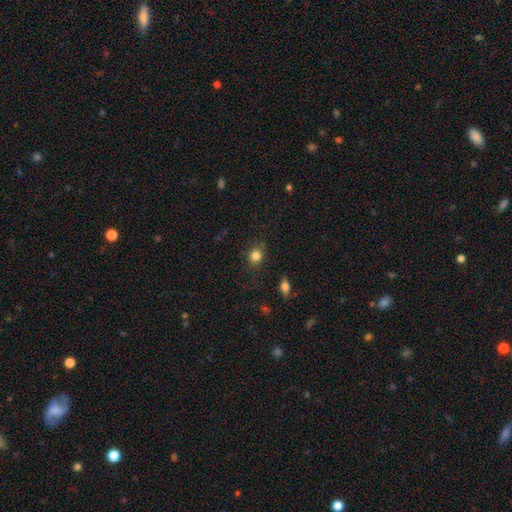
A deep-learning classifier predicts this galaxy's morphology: The model was most divided on "how rounded": round: 67%, in between: 32%, cigar-shaped: 1%. More confident: smooth or featured — smooth (83%); merging — none (82%).